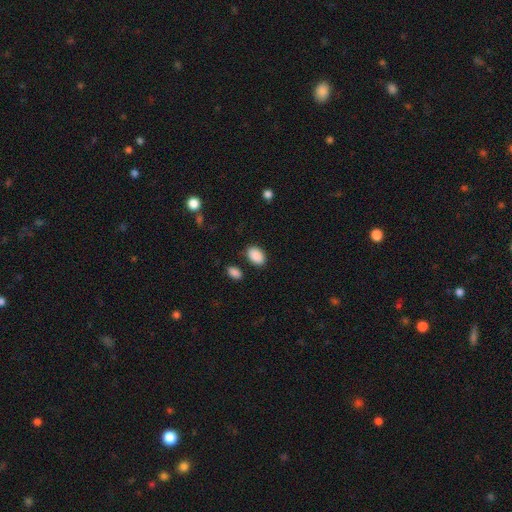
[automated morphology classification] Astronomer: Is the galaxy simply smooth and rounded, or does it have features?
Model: smooth — 90%.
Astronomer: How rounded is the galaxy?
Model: in between — 88%.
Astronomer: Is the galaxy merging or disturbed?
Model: none — 82%.